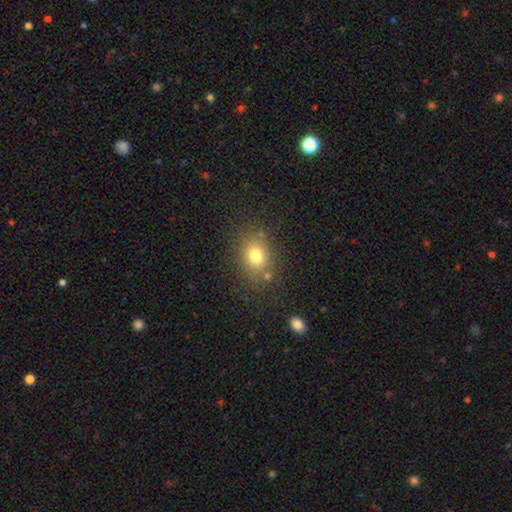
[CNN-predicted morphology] type=smooth (76%); roundness=round (53%); merging=none (78%).